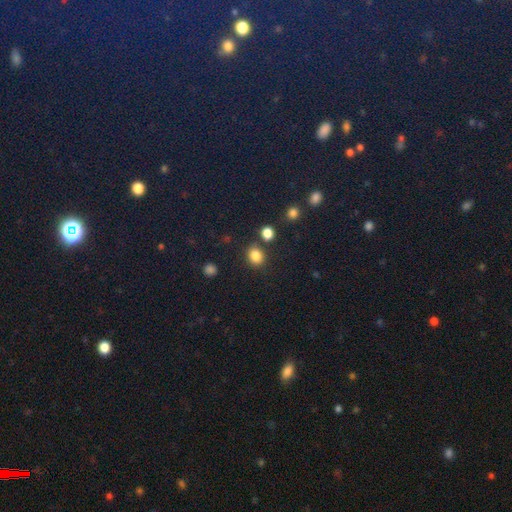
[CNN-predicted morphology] This is clearly a smooth galaxy (83%). How rounded: likely round (63%). Merging: likely none (77%).